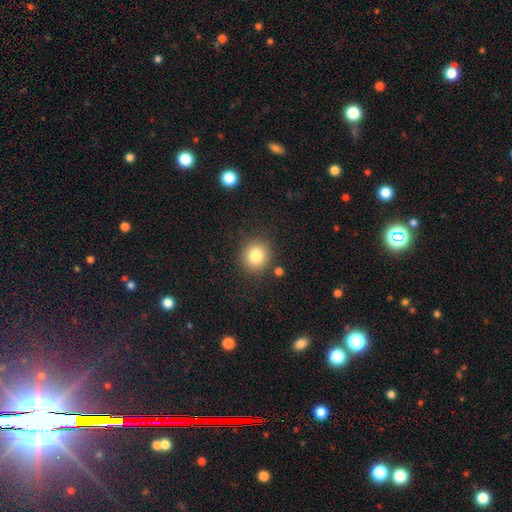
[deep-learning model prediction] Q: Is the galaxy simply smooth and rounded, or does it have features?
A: smooth — 81%.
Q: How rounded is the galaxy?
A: round — 88%.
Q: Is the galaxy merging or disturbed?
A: none — 86%.